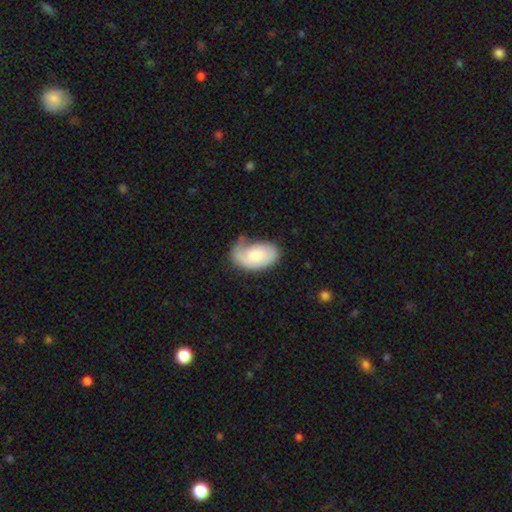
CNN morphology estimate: Overall: smooth (53%; featured or disk 41%). How rounded: in between (92%). Merging: none (45%; minor disturbance 32%).